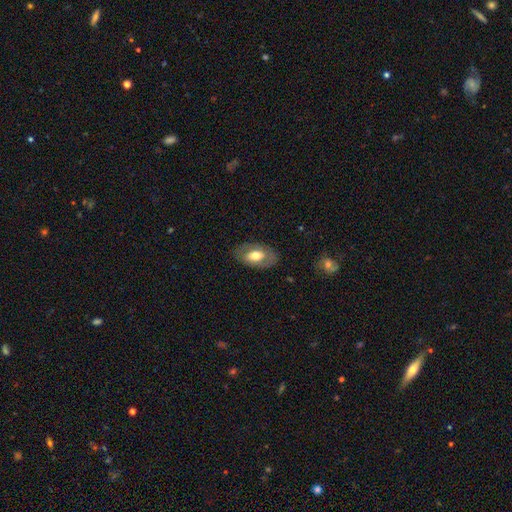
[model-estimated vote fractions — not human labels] Smooth or featured?
  - smooth: 52% *
  - featured or disk: 42%
  - star or artifact: 6%
How rounded?
  - in between: 91% *
  - round: 7%
  - cigar-shaped: 2%
Merging?
  - none: 81% *
  - minor disturbance: 13%
  - major disturbance: 5%
  - merger: 1%